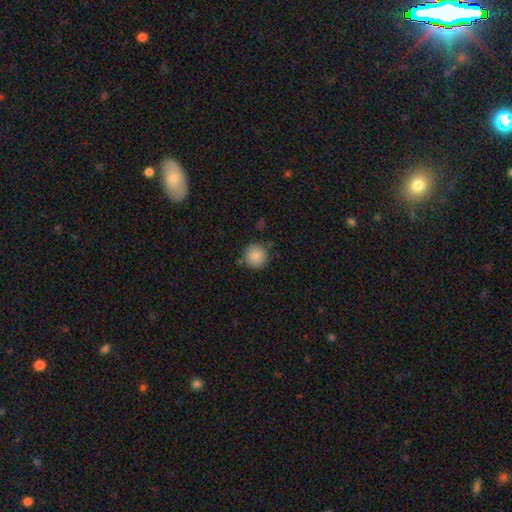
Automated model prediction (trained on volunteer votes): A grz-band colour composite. It shows a smooth galaxy with no disk features (87%) that is round (94%). Merging: none (83%).